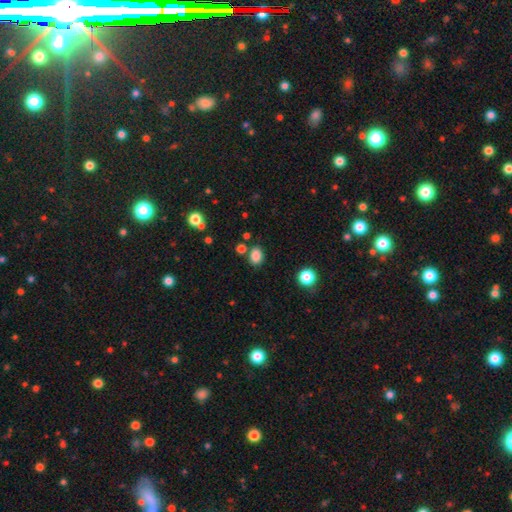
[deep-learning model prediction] smooth 84%, star or artifact 11%, featured or disk 4%. Down the decision tree: how rounded — in between (59%); merging — none (77%).